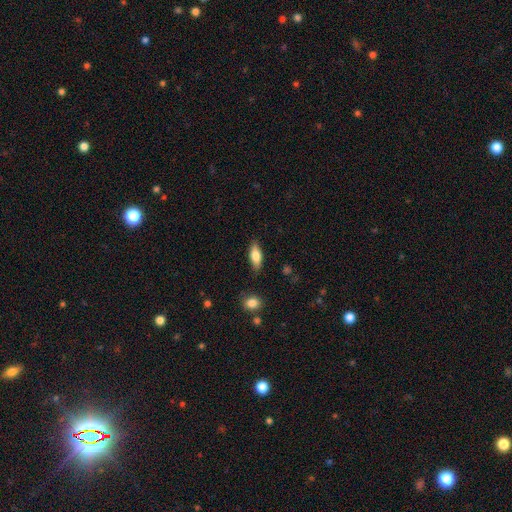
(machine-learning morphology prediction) A smooth galaxy with no disk features (77%) that is in between round and cigar-shaped (75%).

Vote fractions:
- Smooth or featured? smooth: 77% / featured or disk: 17% / star or artifact: 7%
- How rounded? in between: 75% / cigar-shaped: 22% / round: 3%
- Merging? none: 82% / minor disturbance: 14% / major disturbance: 3% / merger: 2%